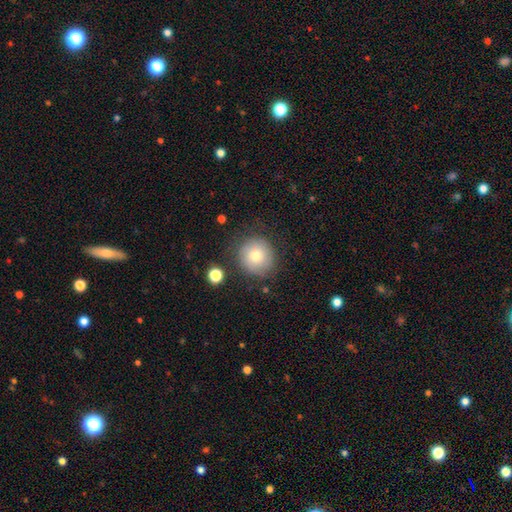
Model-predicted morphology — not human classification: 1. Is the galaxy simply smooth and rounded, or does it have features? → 75% smooth, 15% featured or disk, 10% star or artifact.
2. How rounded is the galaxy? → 92% round, 7% in between, 1% cigar-shaped.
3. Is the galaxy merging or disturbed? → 79% none, 14% minor disturbance, 5% major disturbance, 3% merger.